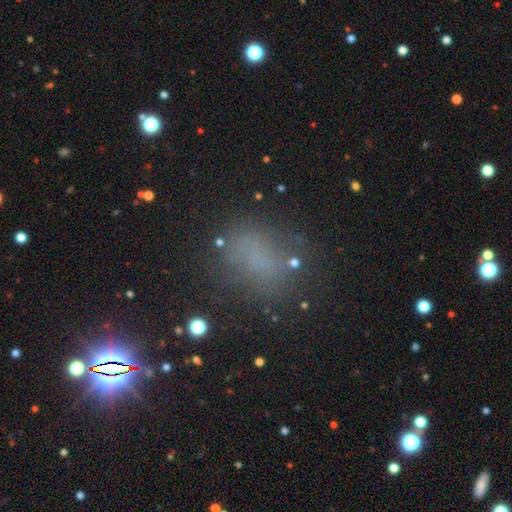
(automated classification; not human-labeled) This is possibly a smooth galaxy (50%). Merging: likely none (67%).